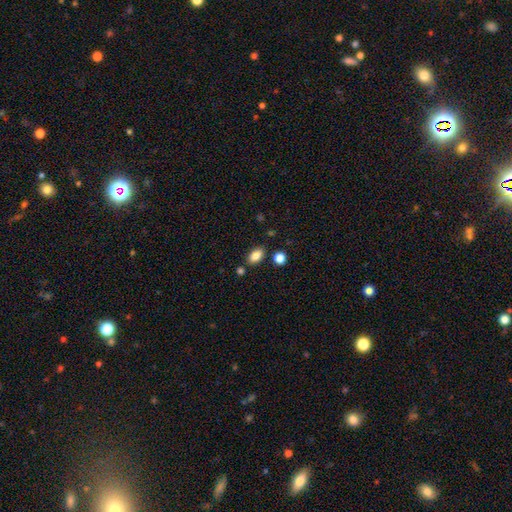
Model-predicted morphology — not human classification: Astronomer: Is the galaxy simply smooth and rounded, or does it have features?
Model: smooth — 86%.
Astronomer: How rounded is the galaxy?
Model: in between — 89%.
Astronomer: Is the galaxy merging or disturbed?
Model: none — 81%.